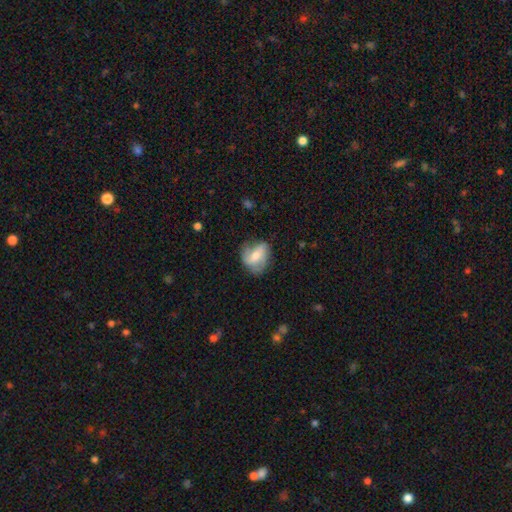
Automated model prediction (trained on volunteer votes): Smooth or featured?
  - featured or disk: 53% *
  - smooth: 40%
  - star or artifact: 7%
Edge-on disk?
  - no: 95% *
  - yes: 5%
Merging?
  - none: 58% *
  - minor disturbance: 28%
  - major disturbance: 13%
  - merger: 2%